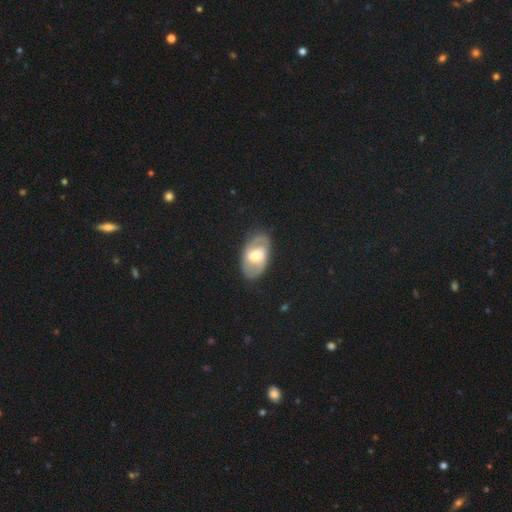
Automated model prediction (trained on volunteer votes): Overall: featured or disk (67%; smooth 28%). Edge-on disk: no (93%). Bar: weak (43%; no 33%). Spiral arms: yes (70%). Bulge size: moderate (61%; large 24%). Merging: none (81%).